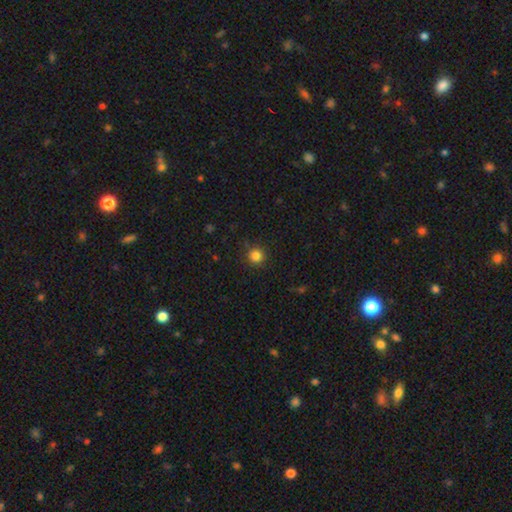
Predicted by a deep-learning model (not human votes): smooth 84%, star or artifact 12%, featured or disk 4%. Down the decision tree: how rounded — round (95%); merging — none (91%).